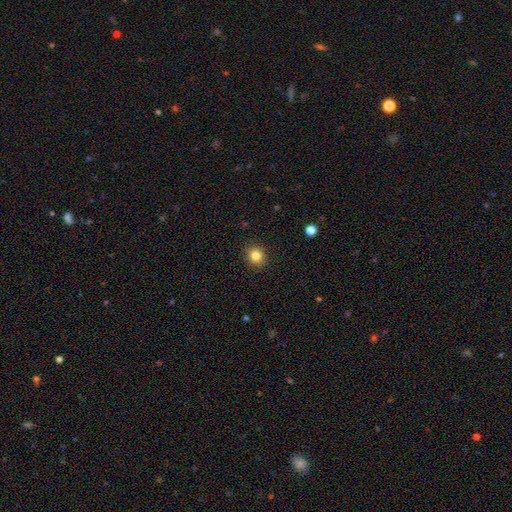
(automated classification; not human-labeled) A smooth galaxy with no disk features (83%) that is round (84%).

Vote fractions:
- Smooth or featured? smooth: 83% / star or artifact: 11% / featured or disk: 5%
- How rounded? round: 84% / in between: 15% / cigar-shaped: 1%
- Merging? none: 90% / minor disturbance: 7% / major disturbance: 2% / merger: 1%